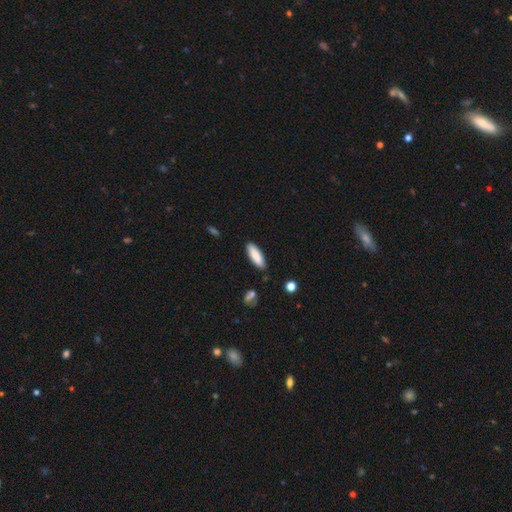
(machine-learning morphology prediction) This appears to be a smooth galaxy with no disk features (86%) that is in between round and cigar-shaped (53%). Merging: none (87%).